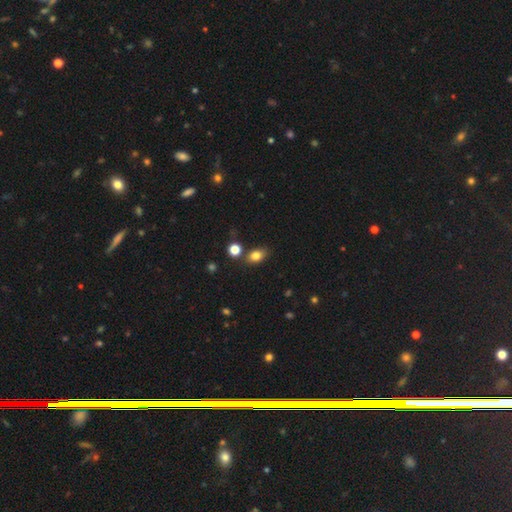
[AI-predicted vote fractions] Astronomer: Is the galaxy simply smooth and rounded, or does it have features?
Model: smooth — 81%.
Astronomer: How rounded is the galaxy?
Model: in between — 72%.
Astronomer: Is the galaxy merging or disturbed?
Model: none — 75%.